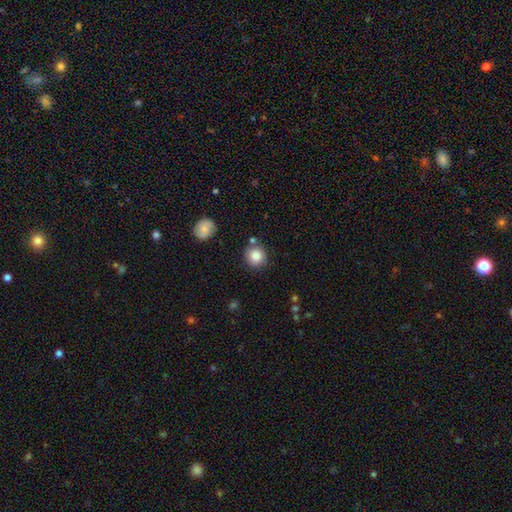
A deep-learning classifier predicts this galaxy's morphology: A smooth galaxy with no disk features (85%) that is round (89%).

Vote fractions:
- Smooth or featured? smooth: 85% / star or artifact: 9% / featured or disk: 7%
- How rounded? round: 89% / in between: 10% / cigar-shaped: 1%
- Merging? none: 78% / minor disturbance: 11% / merger: 8% / major disturbance: 3%